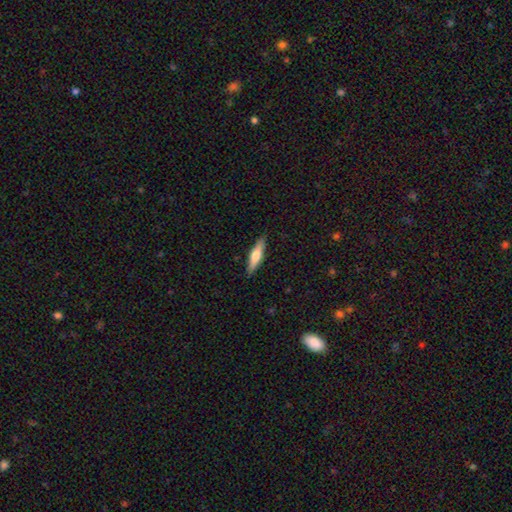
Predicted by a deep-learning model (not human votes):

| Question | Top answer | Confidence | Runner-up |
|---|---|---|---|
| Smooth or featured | smooth | 54% | featured or disk (40%) |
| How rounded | cigar-shaped | 74% | in between (24%) |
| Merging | none | 88% | minor disturbance (9%) |